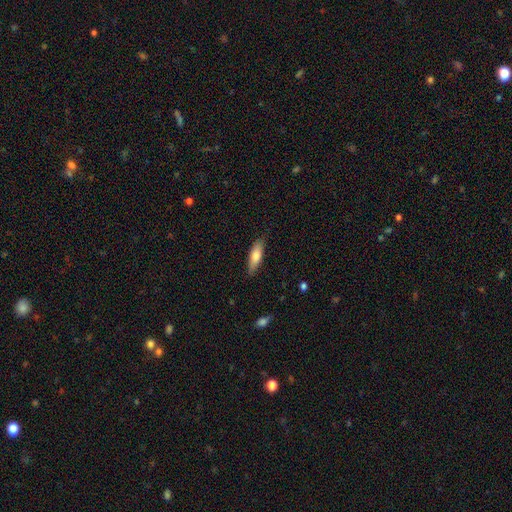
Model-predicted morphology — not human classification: This is likely a smooth galaxy (73%). How rounded: possibly cigar-shaped (51%). Merging: clearly none (84%).